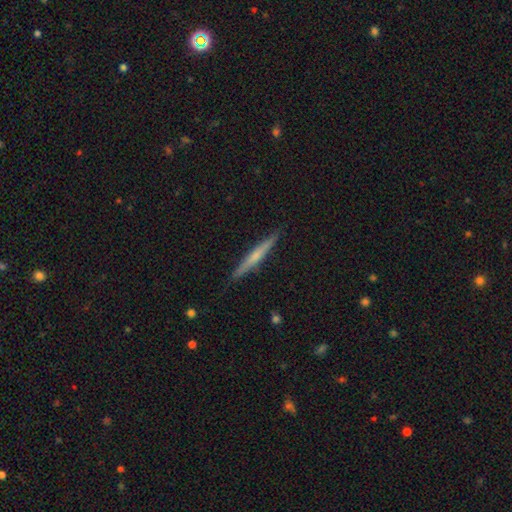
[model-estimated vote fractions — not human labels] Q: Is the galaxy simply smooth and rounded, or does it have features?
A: featured or disk — 52%.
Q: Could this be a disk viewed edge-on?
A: yes — 97%.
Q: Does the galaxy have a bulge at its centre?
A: none — 47%.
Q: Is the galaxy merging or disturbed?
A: none — 91%.